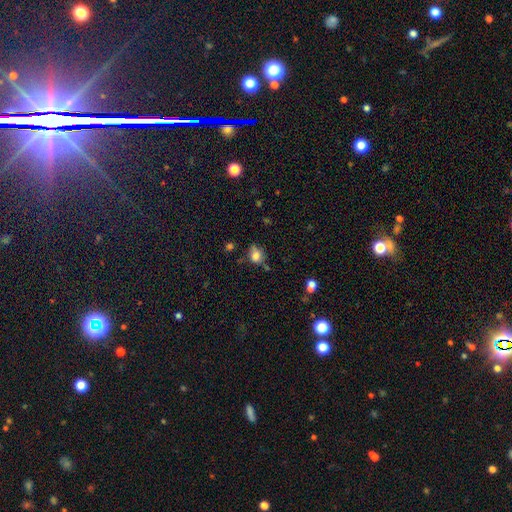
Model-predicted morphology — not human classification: This is likely a smooth galaxy (76%). How rounded: possibly round (54%). Merging: possibly none (53%).